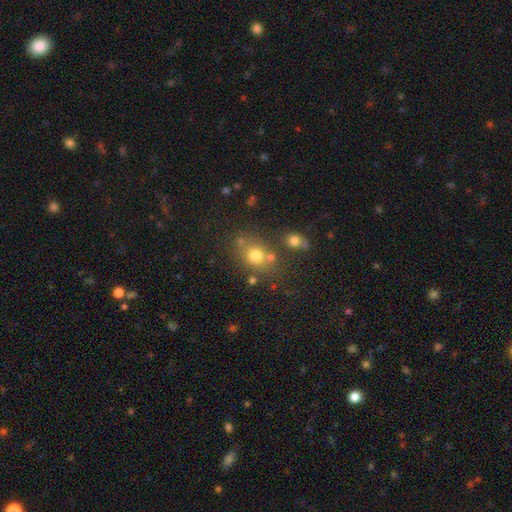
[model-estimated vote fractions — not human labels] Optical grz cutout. It shows a smooth galaxy with no disk features (71%) that is round (64%). Merging: none (65%).